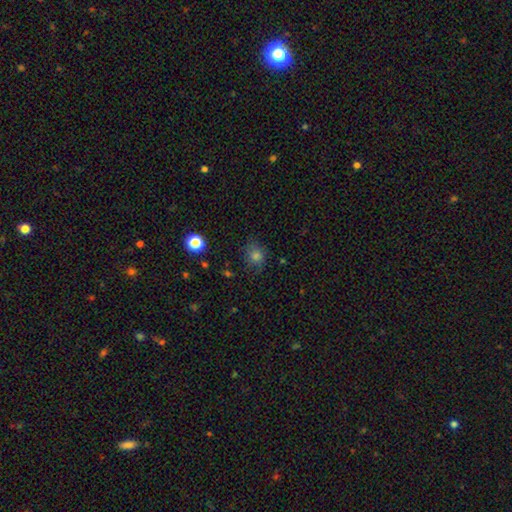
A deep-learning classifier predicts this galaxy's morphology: This appears to be a smooth galaxy with no disk features (78%) that is round (67%). Merging: none (74%).